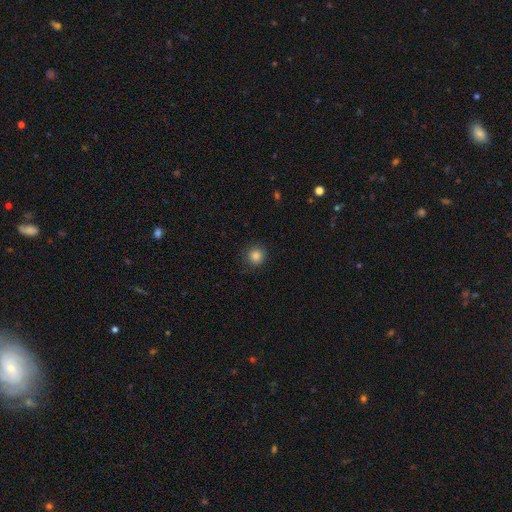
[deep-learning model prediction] Smooth or featured? Predicted: smooth (p=0.85). How rounded? Predicted: round (p=0.94). Merging? Predicted: none (p=0.88).